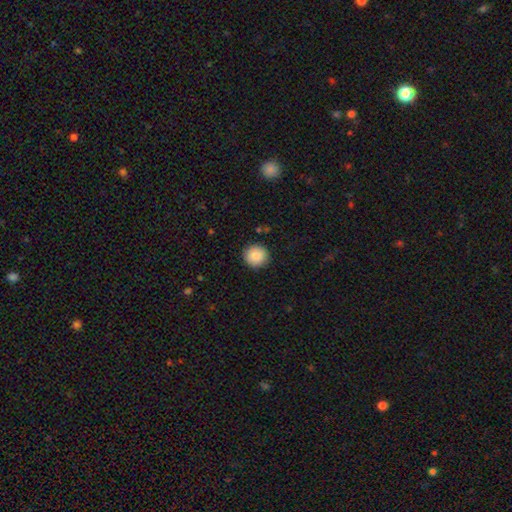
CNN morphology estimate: Overall: smooth (85%). How rounded: round (95%). Merging: none (91%).